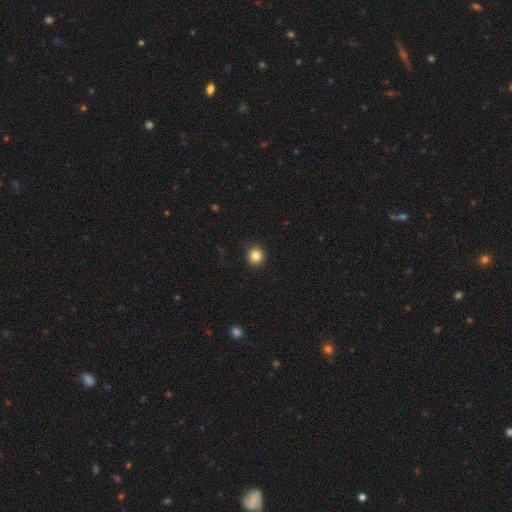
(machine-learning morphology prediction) A smooth galaxy with no disk features (84%) that is round (94%).

Vote fractions:
- Smooth or featured? smooth: 84% / star or artifact: 11% / featured or disk: 5%
- How rounded? round: 94% / in between: 6% / cigar-shaped: 1%
- Merging? none: 91% / minor disturbance: 6% / major disturbance: 2% / merger: 1%